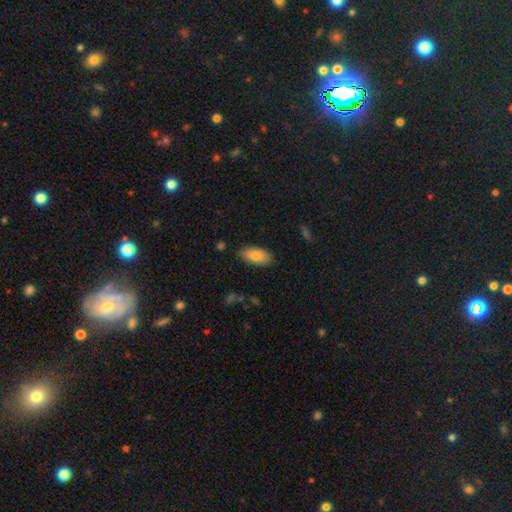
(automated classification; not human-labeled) This is clearly a smooth galaxy (82%). How rounded: clearly in between (92%). Merging: clearly none (84%).